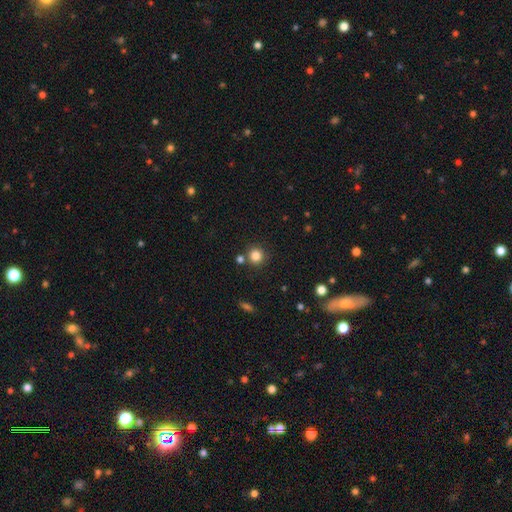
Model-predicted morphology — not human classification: Smooth or featured? Predicted: smooth (p=0.83). How rounded? Predicted: round (p=0.93). Merging? Predicted: none (p=0.79).